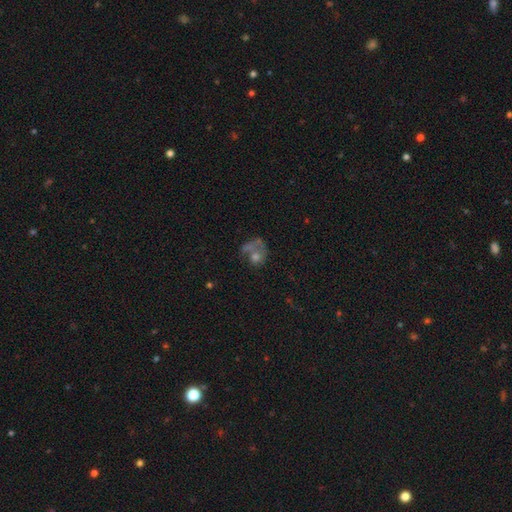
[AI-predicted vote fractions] Smooth or featured? featured or disk (42%)
Merging? major disturbance (38%)